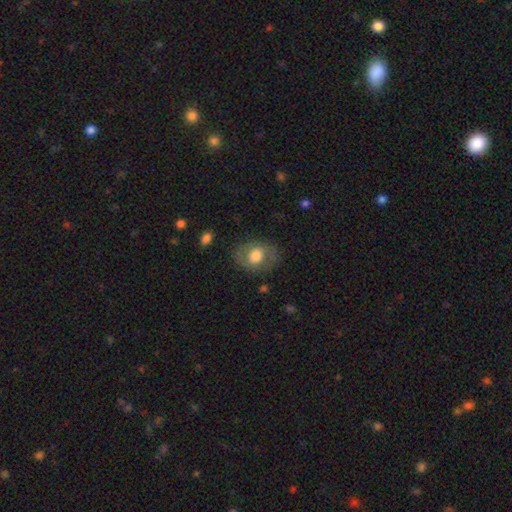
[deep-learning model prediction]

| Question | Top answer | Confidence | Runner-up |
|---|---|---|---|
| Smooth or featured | smooth | 63% | featured or disk (30%) |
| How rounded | in between | 54% | round (45%) |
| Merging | none | 76% | minor disturbance (15%) |